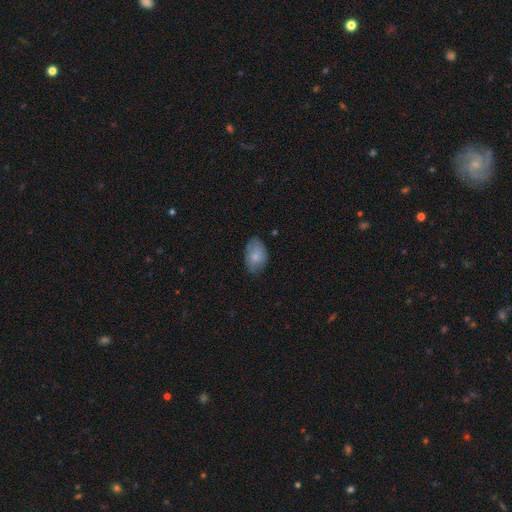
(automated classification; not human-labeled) smooth-or-featured: smooth: 76% | featured or disk: 17% | star or artifact: 7%
  how-rounded: in between: 87% | round: 11% | cigar-shaped: 1%
  merging: none: 71% | minor disturbance: 23% | major disturbance: 5% | merger: 1%